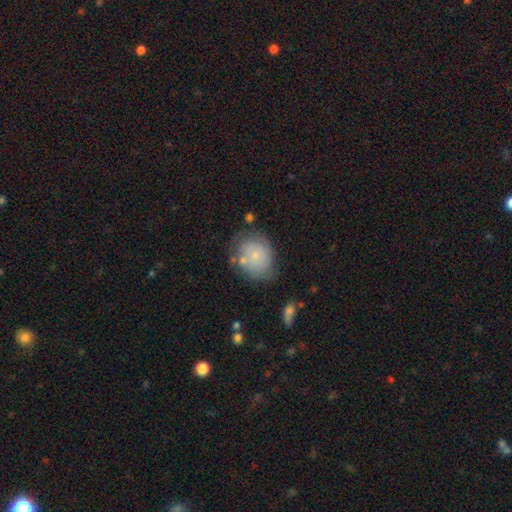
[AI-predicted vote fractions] Smooth or featured? Predicted: smooth (p=0.66). How rounded? Predicted: round (p=0.57). Merging? Predicted: none (p=0.59).